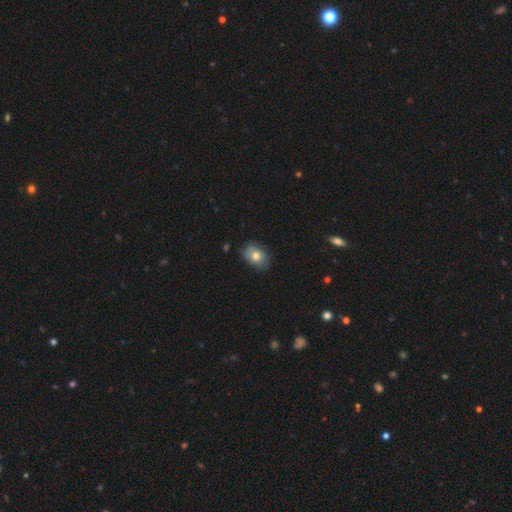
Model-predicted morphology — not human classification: smooth_or_featured: smooth (p=0.72) [alt: featured or disk p=0.20]
how_rounded: in between (p=0.75) [alt: round p=0.24]
merging: none (p=0.74) [alt: minor disturbance p=0.21]